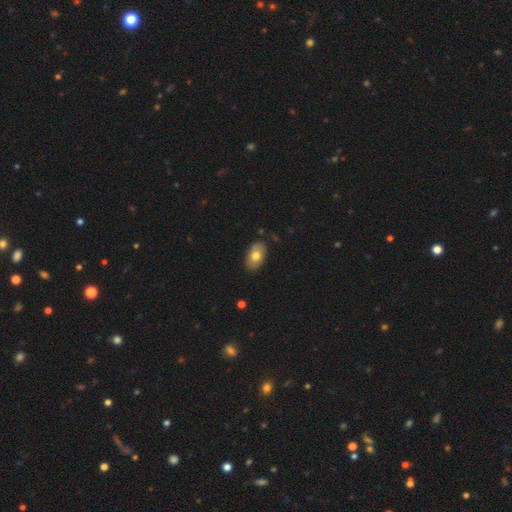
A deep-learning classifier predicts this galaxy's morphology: This is likely a smooth galaxy (74%). How rounded: clearly in between (92%). Merging: clearly none (85%).